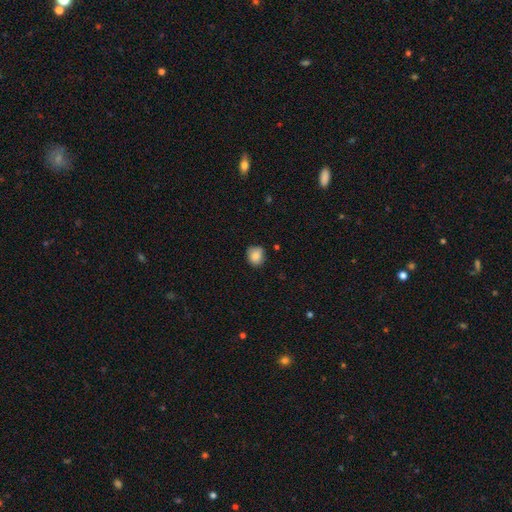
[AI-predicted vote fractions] Smooth or featured?
  - smooth: 86% *
  - star or artifact: 9%
  - featured or disk: 6%
How rounded?
  - round: 76% *
  - in between: 23%
  - cigar-shaped: 1%
Merging?
  - none: 79% *
  - minor disturbance: 17%
  - major disturbance: 3%
  - merger: 2%